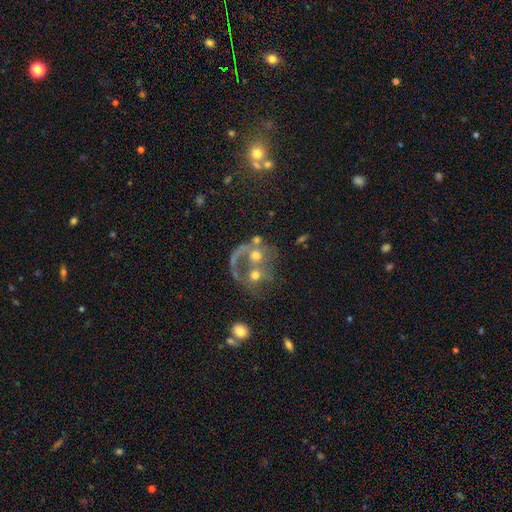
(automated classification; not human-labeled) This appears to be a featured or disk galaxy (54%) with no bar (85%), no spiral arms (62%) and a moderate central bulge (55%). Merging: merger (47%).